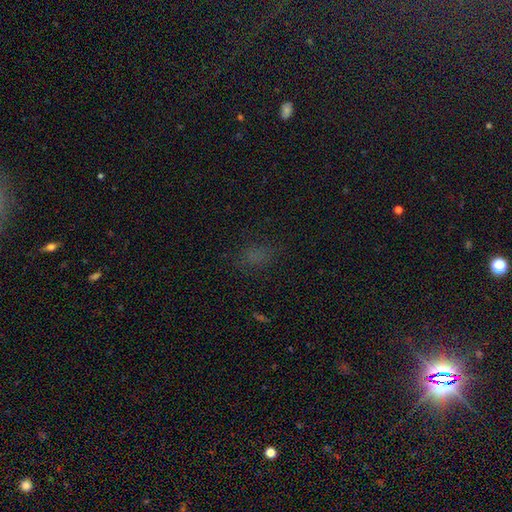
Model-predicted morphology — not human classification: Smooth or featured: smooth — 61% (star or artifact — 31%)
How rounded: in between — 69% (round — 27%)
Merging: none — 77% (minor disturbance — 15%)